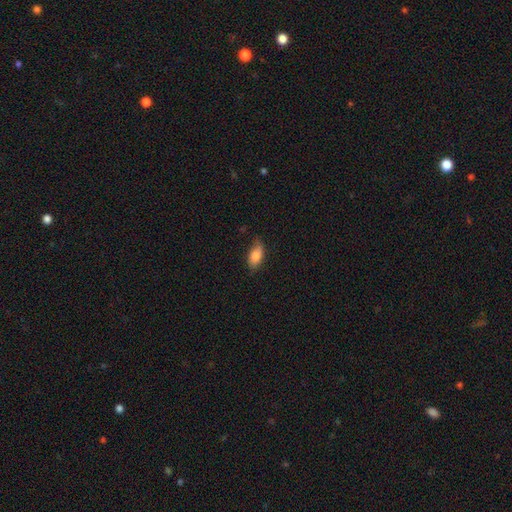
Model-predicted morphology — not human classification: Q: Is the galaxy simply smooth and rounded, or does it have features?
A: smooth — 81%.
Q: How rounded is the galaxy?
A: in between — 89%.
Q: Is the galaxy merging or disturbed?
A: none — 67%.